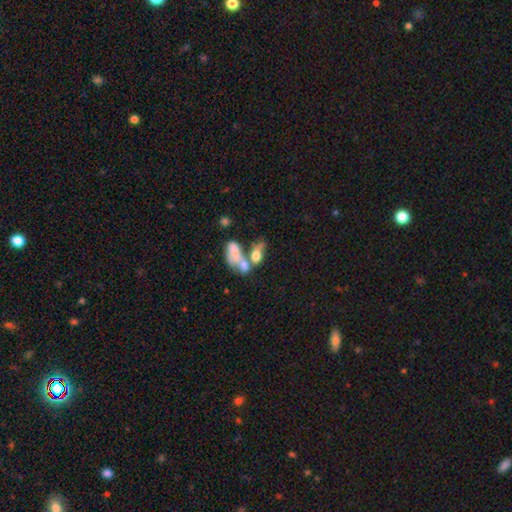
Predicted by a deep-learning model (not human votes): This is possibly a smooth galaxy (57%). How rounded: likely in between (78%). Merging: likely merger (64%).